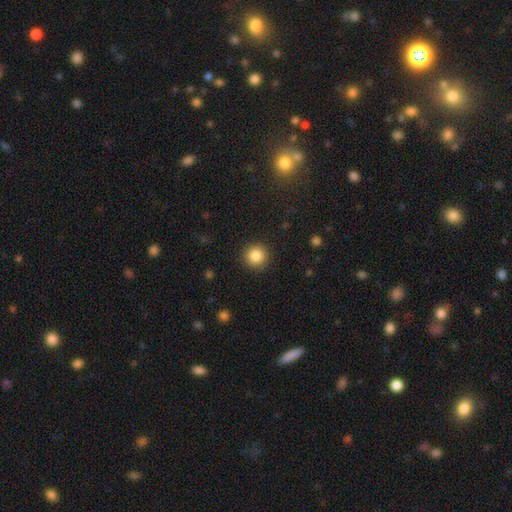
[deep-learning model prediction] Overall: smooth (86%). How rounded: round (94%). Merging: none (91%).